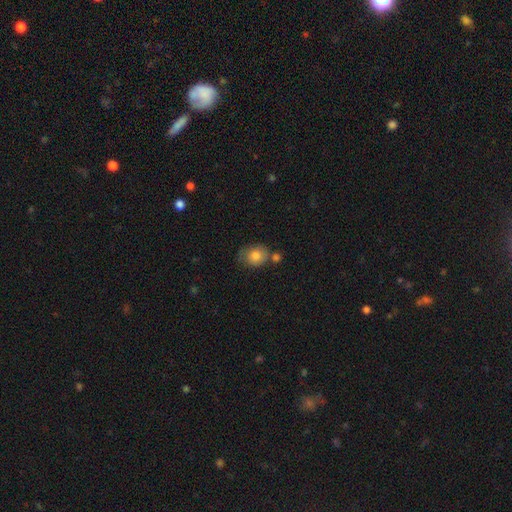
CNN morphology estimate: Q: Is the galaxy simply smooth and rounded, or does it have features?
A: smooth — 79%.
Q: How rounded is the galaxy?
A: round — 60%.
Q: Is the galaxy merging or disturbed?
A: none — 54%.